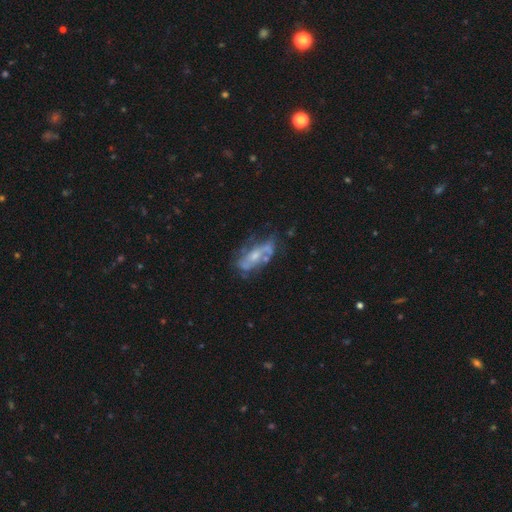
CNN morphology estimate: smooth_or_featured: featured or disk (p=0.69) [alt: smooth p=0.22]
disk_edge_on: no (p=0.86) [alt: yes p=0.14]
bar: no (p=0.60) [alt: weak p=0.28]
has_spiral_arms: yes (p=0.57) [alt: no p=0.43]
bulge_size: small (p=0.45) [alt: moderate p=0.42]
merging: none (p=0.48) [alt: minor disturbance p=0.24]